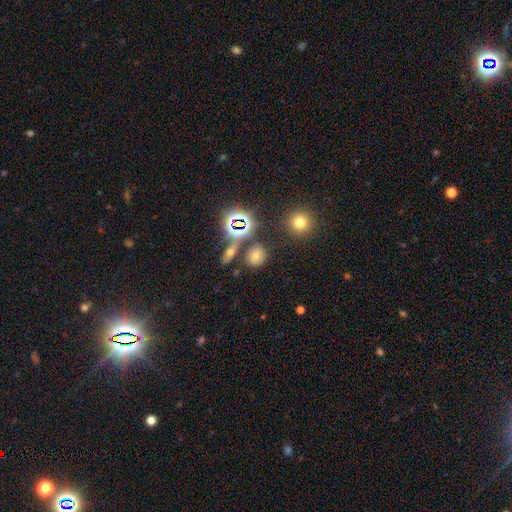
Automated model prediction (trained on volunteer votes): smooth 61%, star or artifact 28%, featured or disk 11%. Down the decision tree: how rounded — round (69%); merging — none (77%).